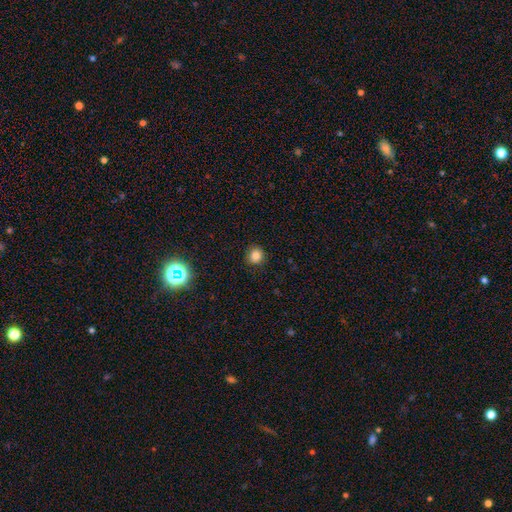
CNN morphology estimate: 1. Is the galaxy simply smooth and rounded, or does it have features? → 82% smooth, 13% star or artifact, 5% featured or disk.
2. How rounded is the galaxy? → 89% round, 10% in between, 1% cigar-shaped.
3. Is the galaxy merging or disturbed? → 89% none, 7% minor disturbance, 2% major disturbance, 1% merger.